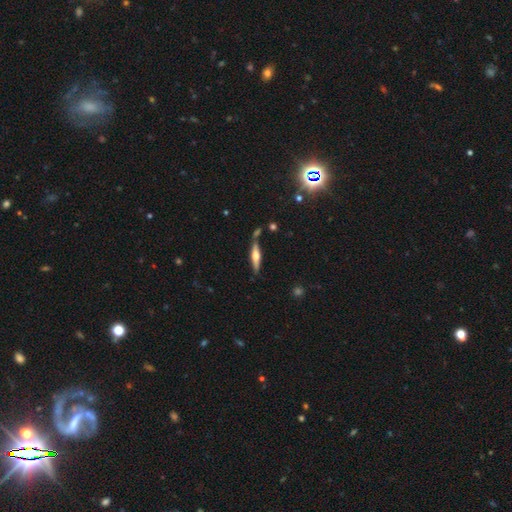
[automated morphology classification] Smooth or featured? Predicted: featured or disk (p=0.63). Edge-on disk? Predicted: yes (p=0.96). Edge-on bulge? Predicted: rounded (p=0.88). Merging? Predicted: none (p=0.76).